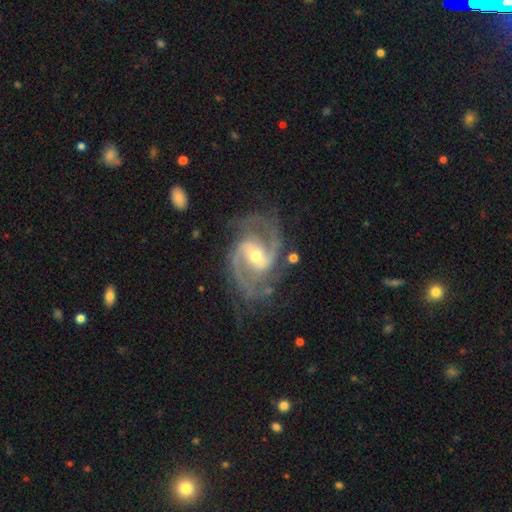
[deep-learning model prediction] featured or disk 93%, star or artifact 4%, smooth 3%. Down the decision tree: edge-on disk — no (98%); bar — weak (48%); spiral arms — yes (98%); spiral arm count — 2 (86%); spiral winding — medium (62%); bulge size — moderate (50%); merging — none (73%).